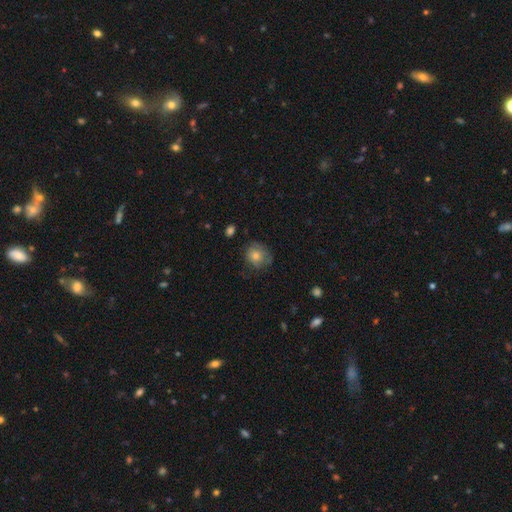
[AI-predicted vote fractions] smooth-or-featured: smooth: 70% | featured or disk: 19% | star or artifact: 10%
  how-rounded: round: 81% | in between: 18% | cigar-shaped: 1%
  merging: none: 66% | minor disturbance: 24% | major disturbance: 8% | merger: 2%